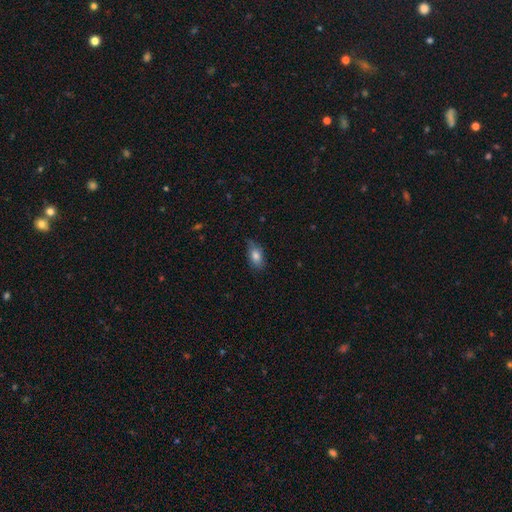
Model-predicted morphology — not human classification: This appears to be a smooth galaxy with no disk features (80%) that is in between round and cigar-shaped (86%). Merging: none (69%).